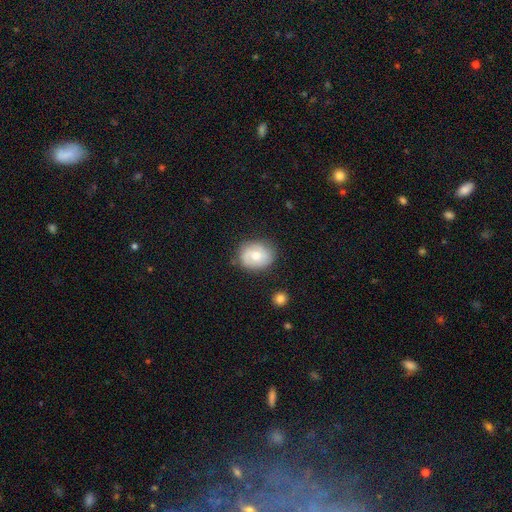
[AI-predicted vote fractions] smooth_or_featured: smooth (p=0.52) [alt: featured or disk p=0.41]
how_rounded: round (p=0.62) [alt: in between p=0.37]
merging: none (p=0.75) [alt: minor disturbance p=0.18]